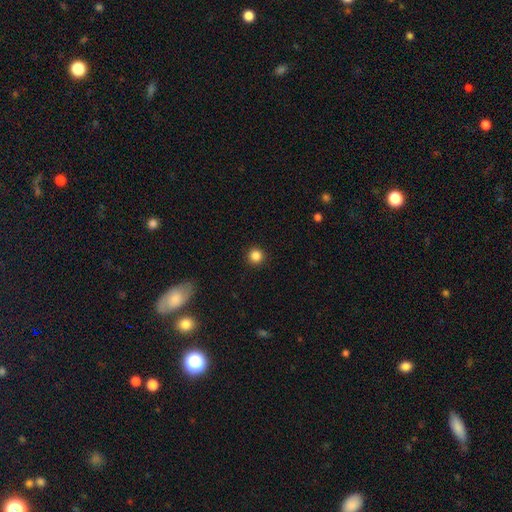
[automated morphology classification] This is clearly a smooth galaxy (85%). How rounded: clearly round (95%). Merging: clearly none (93%).